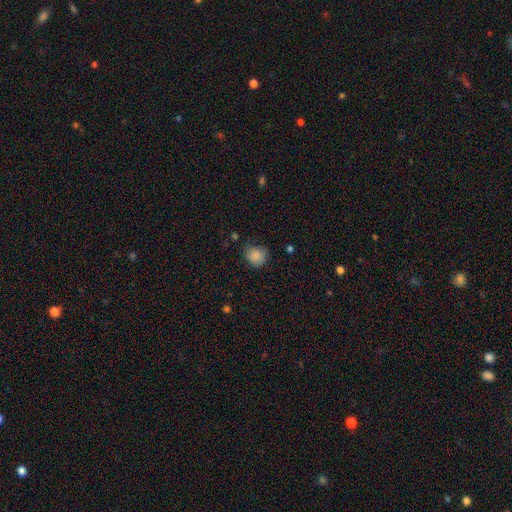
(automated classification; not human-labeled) smooth 85%, star or artifact 9%, featured or disk 6%. Down the decision tree: how rounded — round (75%); merging — none (65%).